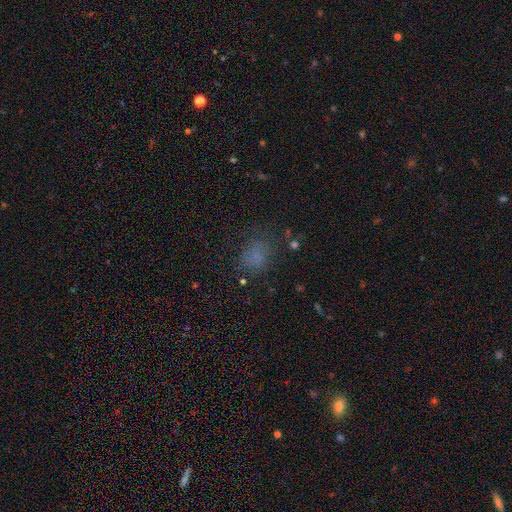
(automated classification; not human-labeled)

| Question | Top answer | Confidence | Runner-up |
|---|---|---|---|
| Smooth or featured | smooth | 70% | star or artifact (21%) |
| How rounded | in between | 55% | round (43%) |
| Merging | none | 67% | minor disturbance (19%) |